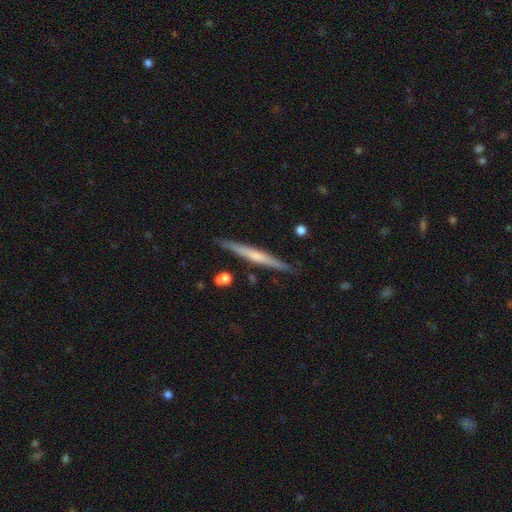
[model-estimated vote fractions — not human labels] Smooth or featured? featured or disk (56%)
Edge-on disk? yes (97%)
Edge-on bulge? none (58%)
Merging? none (88%)